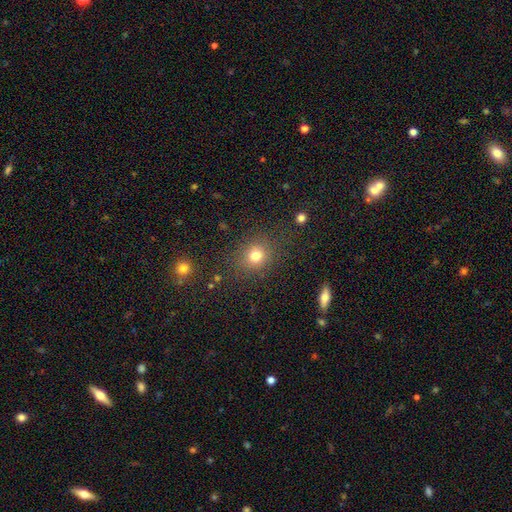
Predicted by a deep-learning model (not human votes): smooth 78%, star or artifact 15%, featured or disk 7%. Down the decision tree: how rounded — round (75%); merging — none (82%).